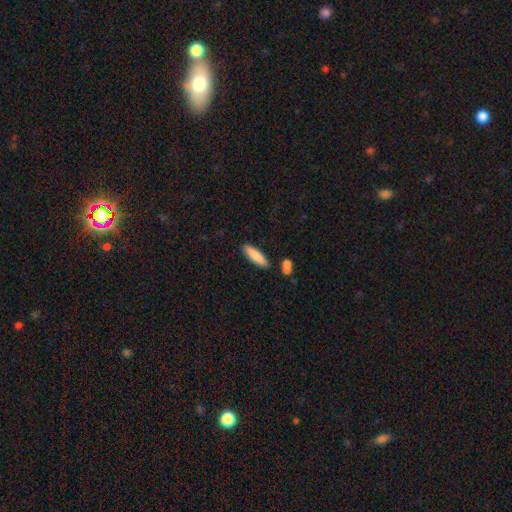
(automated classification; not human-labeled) smooth 84%, featured or disk 10%, star or artifact 6%. Down the decision tree: how rounded — cigar-shaped (66%); merging — none (83%).